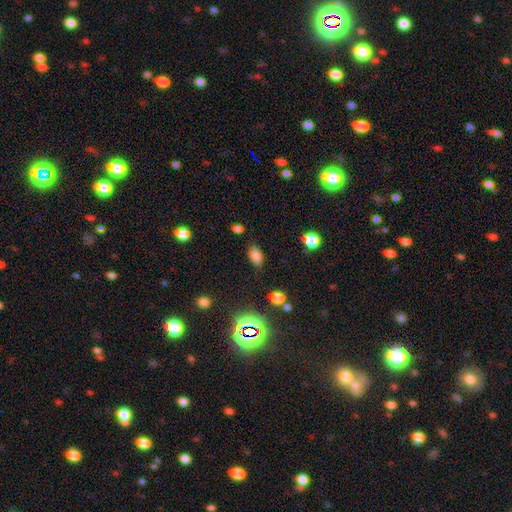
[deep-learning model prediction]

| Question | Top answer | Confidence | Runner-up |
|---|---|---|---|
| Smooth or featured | smooth | 80% | star or artifact (13%) |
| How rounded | in between | 89% | round (8%) |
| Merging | none | 81% | minor disturbance (13%) |